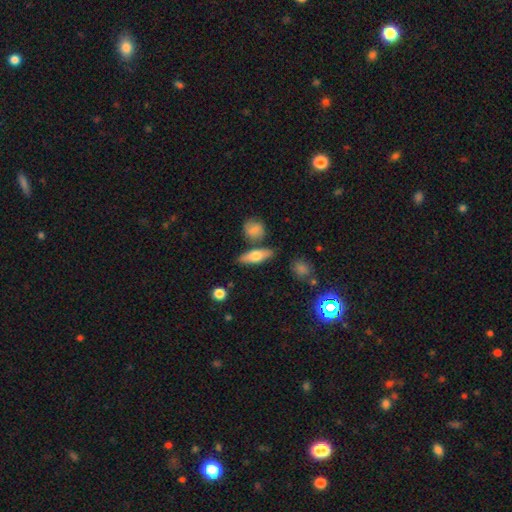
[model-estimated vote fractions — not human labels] Overall: smooth (60%; featured or disk 32%). How rounded: in between (53%; cigar-shaped 42%). Merging: none (77%).